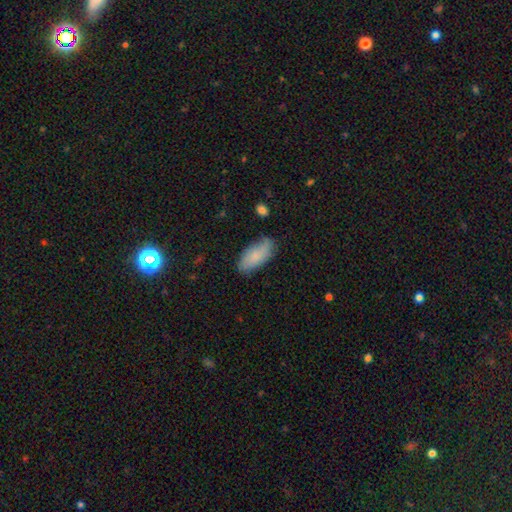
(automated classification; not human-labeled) Smooth or featured: smooth — 80% (featured or disk — 13%)
How rounded: in between — 88% (cigar-shaped — 10%)
Merging: none — 74% (minor disturbance — 21%)